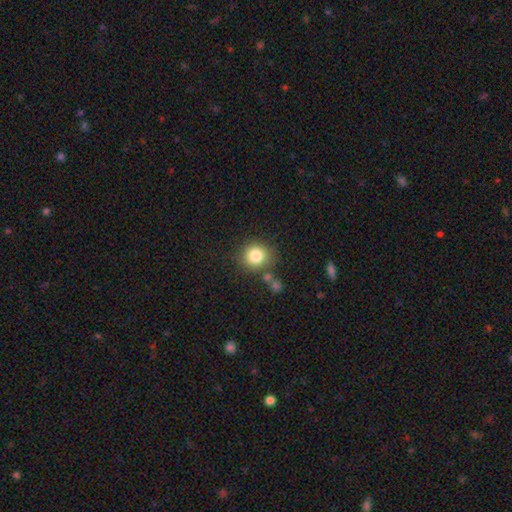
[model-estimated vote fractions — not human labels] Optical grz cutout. It shows a smooth galaxy with no disk features (83%) that is round (83%). Merging: none (76%).